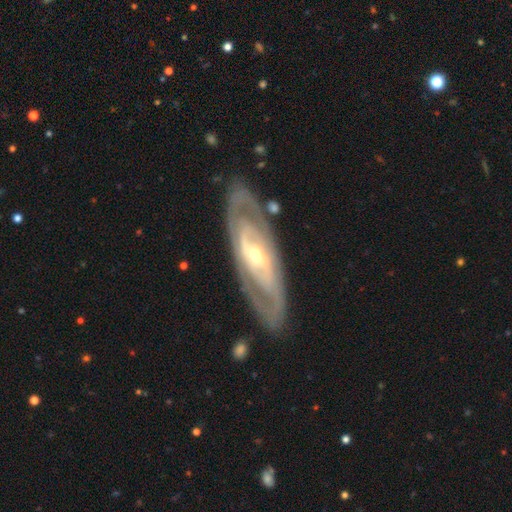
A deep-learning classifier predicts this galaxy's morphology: The model was most divided on "bar": no: 45%, weak: 32%, strong: 23%. More confident: edge-on disk — no (86%); smooth or featured — featured or disk (84%); merging — none (82%); spiral arms — yes (80%); spiral winding — tight (60%); bulge size — small (57%); spiral arm count — 2 (56%).